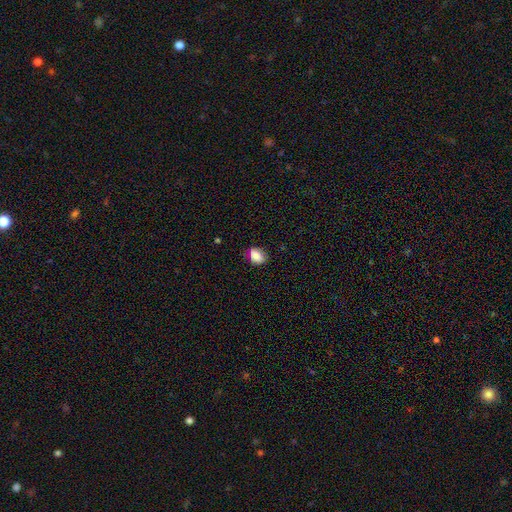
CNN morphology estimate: Smooth or featured?
  - smooth: 83% *
  - star or artifact: 9%
  - featured or disk: 8%
How rounded?
  - in between: 66% *
  - round: 32%
  - cigar-shaped: 1%
Merging?
  - none: 73% *
  - minor disturbance: 21%
  - major disturbance: 4%
  - merger: 2%